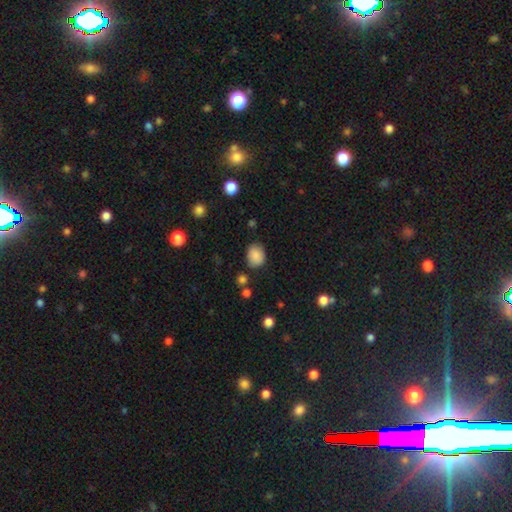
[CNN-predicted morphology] Overall: smooth (86%). How rounded: in between (52%; round 47%). Merging: none (78%).